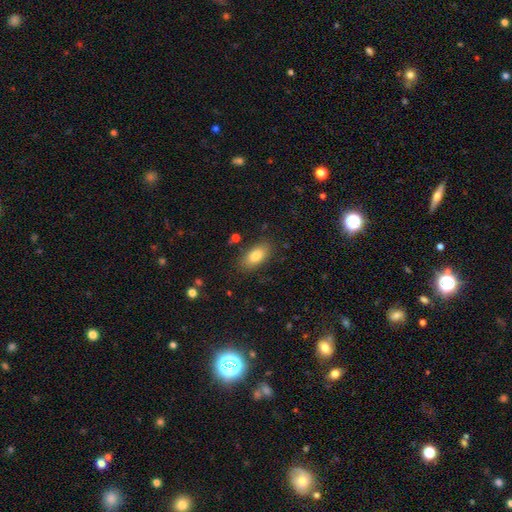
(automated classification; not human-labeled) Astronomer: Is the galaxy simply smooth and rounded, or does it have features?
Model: smooth — 82%.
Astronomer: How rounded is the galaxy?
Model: in between — 90%.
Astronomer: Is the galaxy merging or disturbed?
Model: none — 84%.